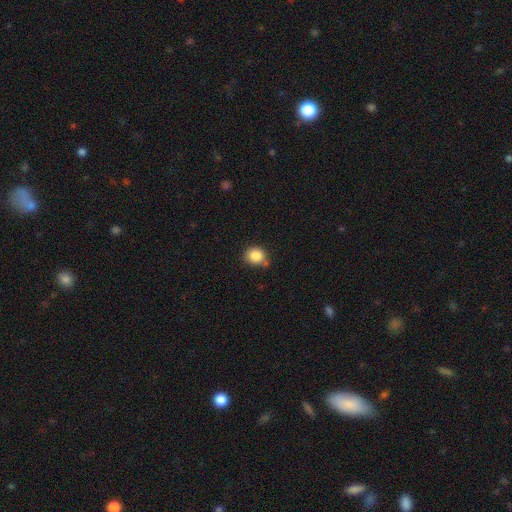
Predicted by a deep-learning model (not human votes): Smooth or featured: smooth — 86% (star or artifact — 9%)
How rounded: round — 75% (in between — 24%)
Merging: none — 69% (minor disturbance — 19%)